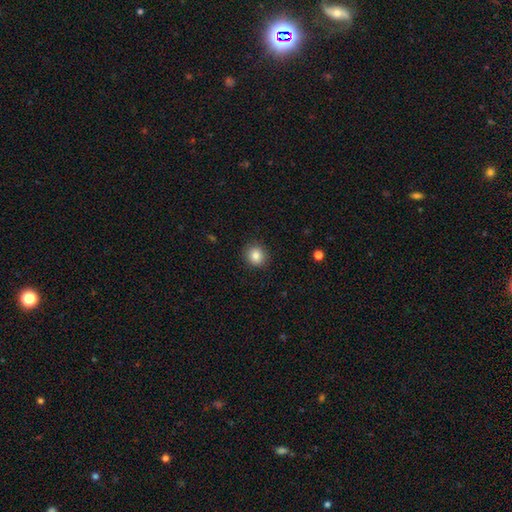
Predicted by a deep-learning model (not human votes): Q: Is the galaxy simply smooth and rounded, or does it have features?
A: smooth — 84%.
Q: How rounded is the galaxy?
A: round — 85%.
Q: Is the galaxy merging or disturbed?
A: none — 90%.